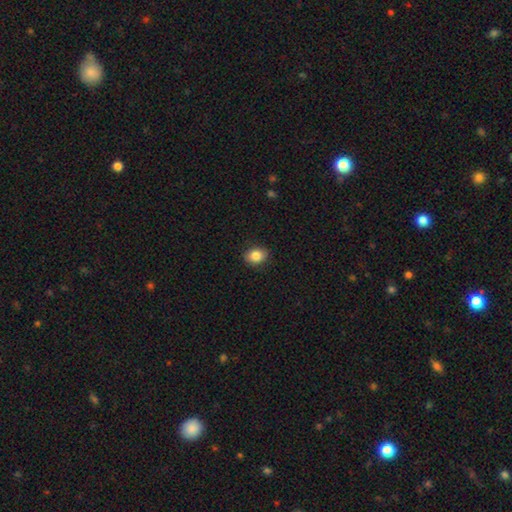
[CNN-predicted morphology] Smooth or featured? smooth (86%)
How rounded? in between (55%)
Merging? none (88%)